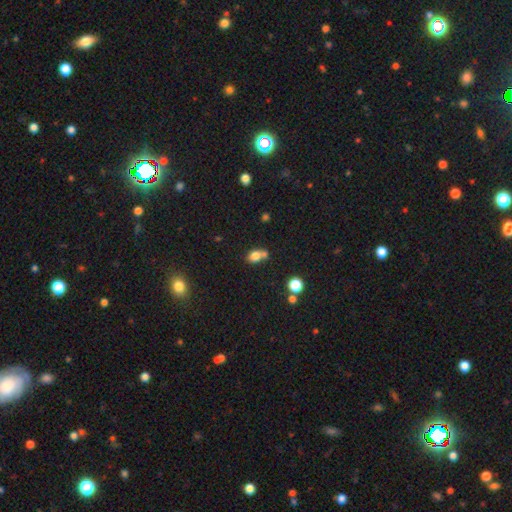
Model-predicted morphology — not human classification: The model was most divided on "merging": merger: 42%, none: 39%, minor disturbance: 13%, major disturbance: 5%. More confident: smooth or featured — smooth (78%); how rounded — in between (58%).